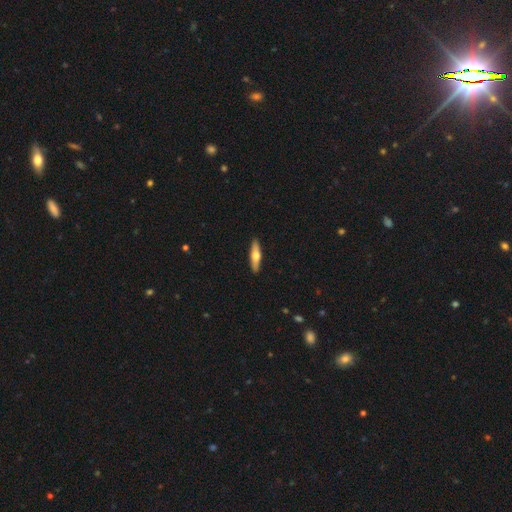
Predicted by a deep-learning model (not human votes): Smooth or featured?
  - featured or disk: 48% *
  - smooth: 47%
  - star or artifact: 5%
Merging?
  - none: 92% *
  - minor disturbance: 6%
  - major disturbance: 1%
  - merger: 1%